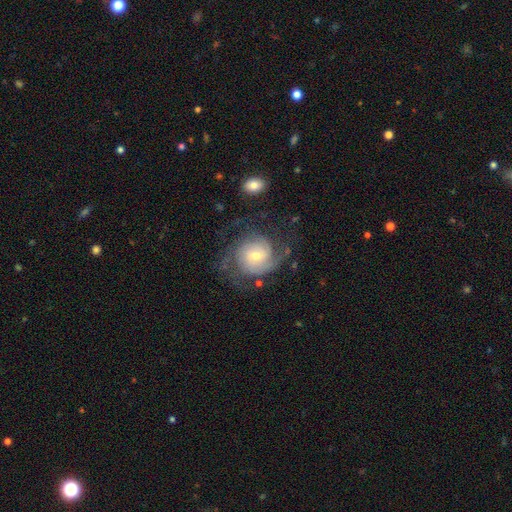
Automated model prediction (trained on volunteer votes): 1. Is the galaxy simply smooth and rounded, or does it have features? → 80% featured or disk, 14% smooth, 6% star or artifact.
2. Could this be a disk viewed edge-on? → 98% no, 2% yes.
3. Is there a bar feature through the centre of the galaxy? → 61% no, 33% weak, 6% strong.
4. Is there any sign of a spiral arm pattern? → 94% yes, 6% no.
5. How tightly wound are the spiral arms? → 53% tight, 34% medium, 13% loose.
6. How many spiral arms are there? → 41% 2, 25% can't tell, 18% 3, 7% 1, 5% 4, 4% more than 4.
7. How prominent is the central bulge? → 48% moderate, 45% small, 4% large, 1% none, 1% dominant.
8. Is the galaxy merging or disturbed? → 63% none, 18% minor disturbance, 17% major disturbance, 2% merger.